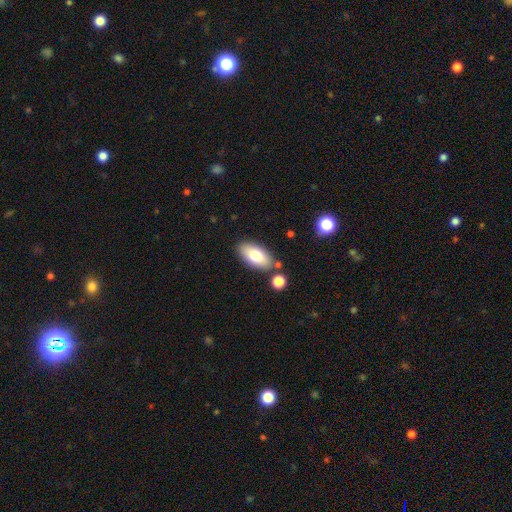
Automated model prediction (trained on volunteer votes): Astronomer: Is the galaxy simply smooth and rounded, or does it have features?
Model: smooth — 77%.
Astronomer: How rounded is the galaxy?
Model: in between — 92%.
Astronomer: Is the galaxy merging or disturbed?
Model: none — 79%.